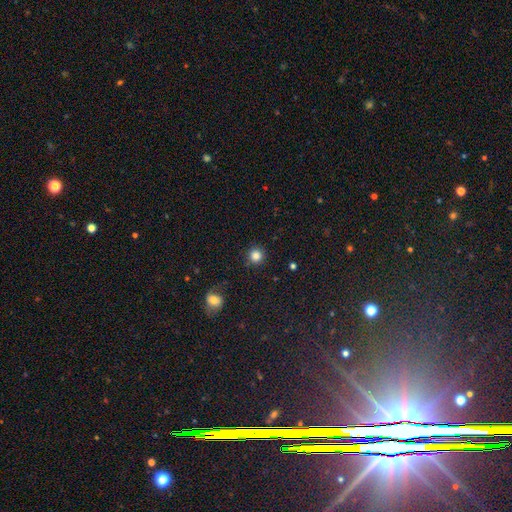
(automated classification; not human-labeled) smooth_or_featured: smooth (p=0.84) [alt: star or artifact p=0.11]
how_rounded: round (p=0.95) [alt: in between p=0.04]
merging: none (p=0.89) [alt: minor disturbance p=0.07]